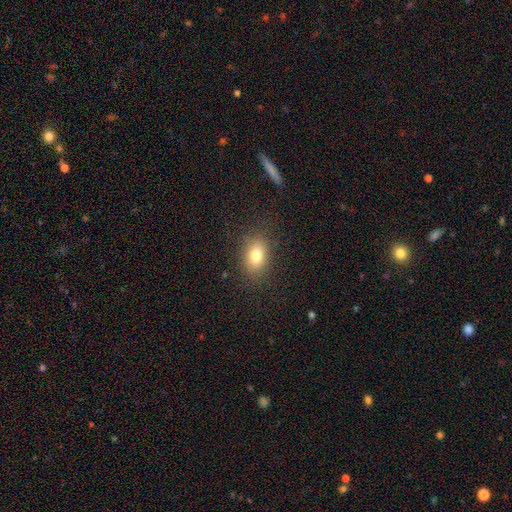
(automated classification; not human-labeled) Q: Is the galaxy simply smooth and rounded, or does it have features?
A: smooth — 78%.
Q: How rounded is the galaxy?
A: in between — 80%.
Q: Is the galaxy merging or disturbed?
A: none — 85%.